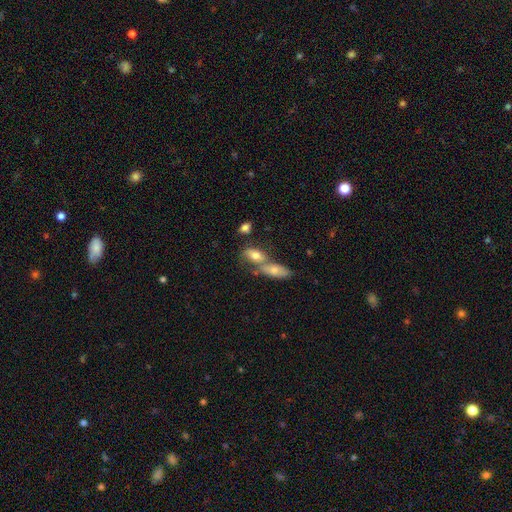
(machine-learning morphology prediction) A smooth galaxy with no disk features (68%) that is in between round and cigar-shaped (81%). Merging: merger (55%).